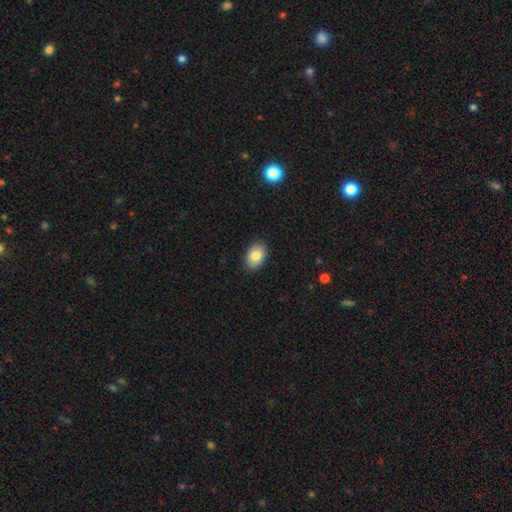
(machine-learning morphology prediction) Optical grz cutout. It shows a smooth galaxy with no disk features (85%) that is in between round and cigar-shaped (88%). Merging: none (89%).